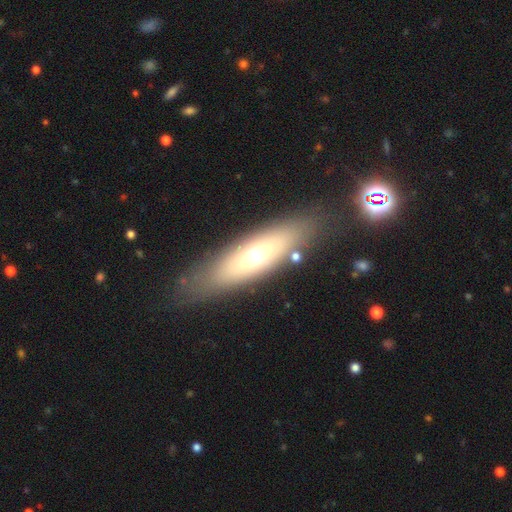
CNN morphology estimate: A smooth galaxy with no disk features (54%) that is cigar-shaped (54%). Merging: none (81%).